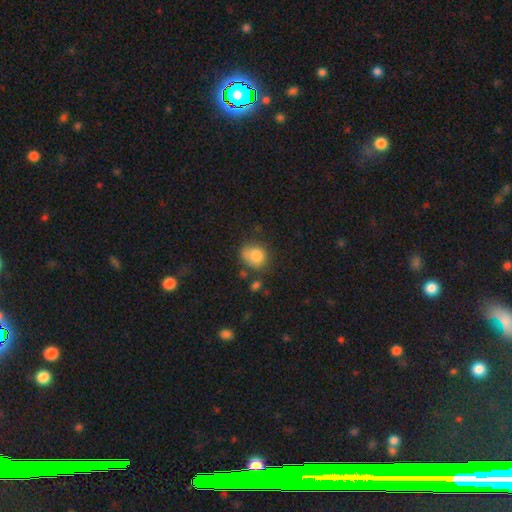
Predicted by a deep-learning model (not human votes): Smooth or featured? Predicted: smooth (p=0.80). How rounded? Predicted: round (p=0.68). Merging? Predicted: none (p=0.52).